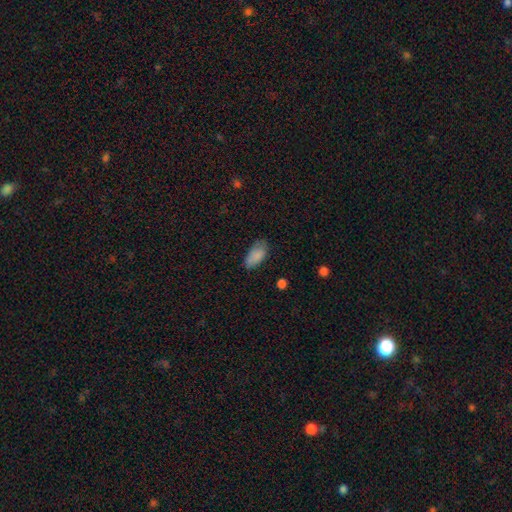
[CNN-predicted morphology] A smooth galaxy with no disk features (86%) that is in between round and cigar-shaped (93%).

Vote fractions:
- Smooth or featured? smooth: 86% / star or artifact: 8% / featured or disk: 7%
- How rounded? in between: 93% / cigar-shaped: 4% / round: 3%
- Merging? none: 69% / minor disturbance: 24% / major disturbance: 6% / merger: 2%